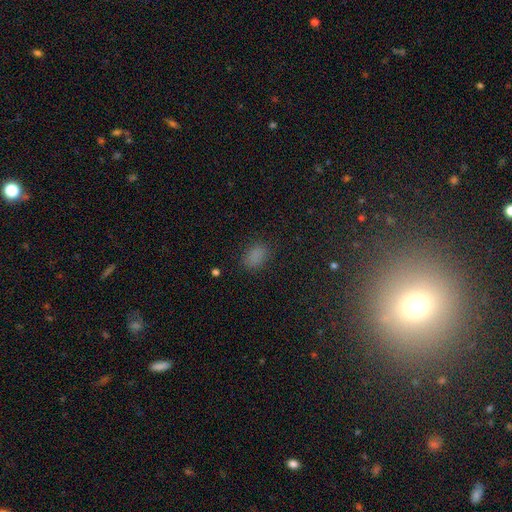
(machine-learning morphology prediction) smooth-or-featured: smooth: 80% | star or artifact: 16% | featured or disk: 4%
  how-rounded: in between: 84% | round: 15% | cigar-shaped: 2%
  merging: none: 81% | minor disturbance: 14% | major disturbance: 4% | merger: 1%